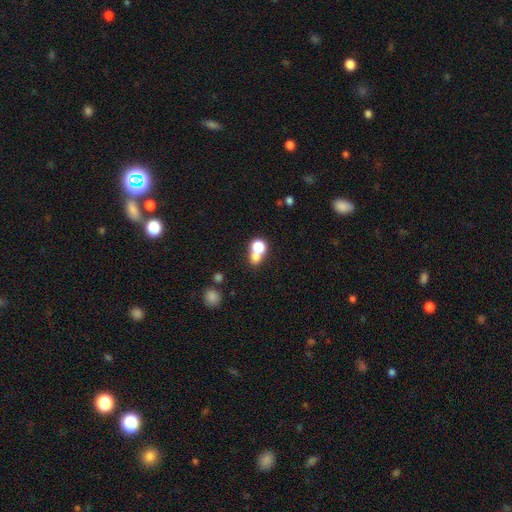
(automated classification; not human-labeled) This appears to be a smooth galaxy with no disk features (70%) that is round (70%). Merging: merger (55%).